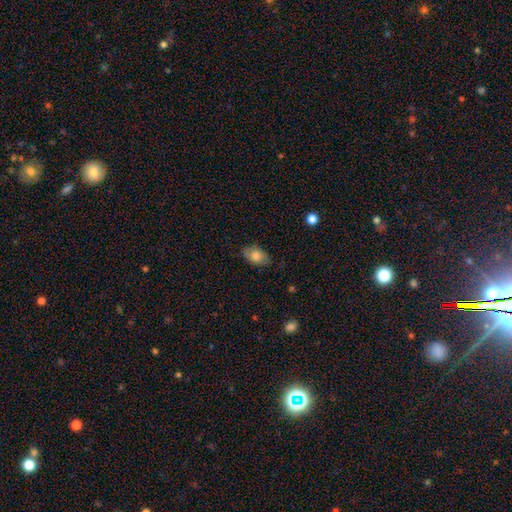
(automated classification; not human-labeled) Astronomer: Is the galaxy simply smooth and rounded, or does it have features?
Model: smooth — 78%.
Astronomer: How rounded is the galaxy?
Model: in between — 90%.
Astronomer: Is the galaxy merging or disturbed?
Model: none — 79%.